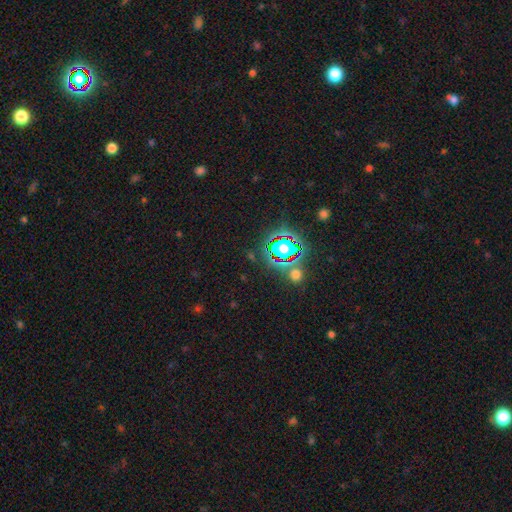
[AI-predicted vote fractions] A star or artifact, not a galaxy (77%).